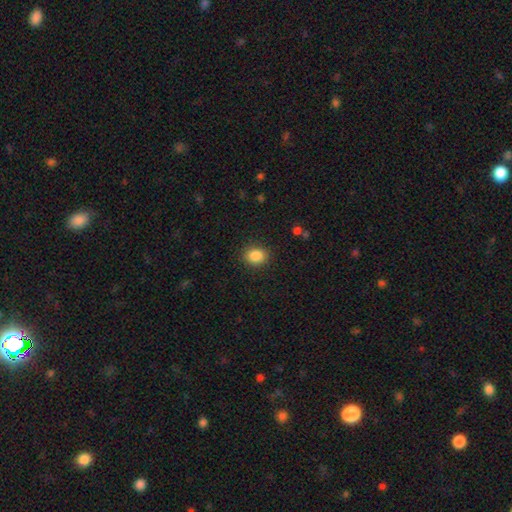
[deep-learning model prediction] This is clearly a smooth galaxy (87%). How rounded: possibly round (60%). Merging: clearly none (88%).